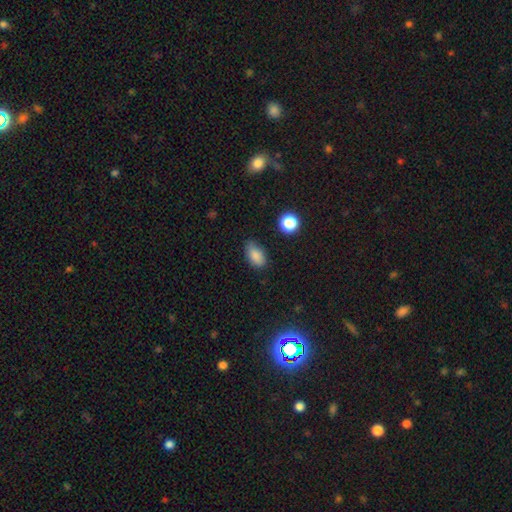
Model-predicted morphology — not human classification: Smooth or featured? smooth (85%)
How rounded? in between (89%)
Merging? none (67%)